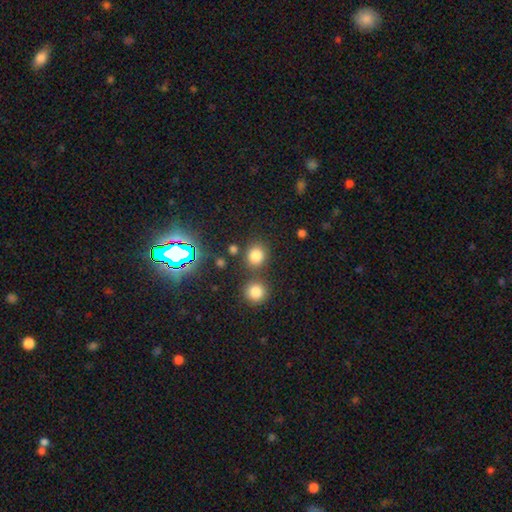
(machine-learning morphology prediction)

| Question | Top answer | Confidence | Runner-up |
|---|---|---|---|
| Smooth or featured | smooth | 75% | star or artifact (19%) |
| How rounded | round | 84% | in between (15%) |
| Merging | none | 75% | merger (12%) |